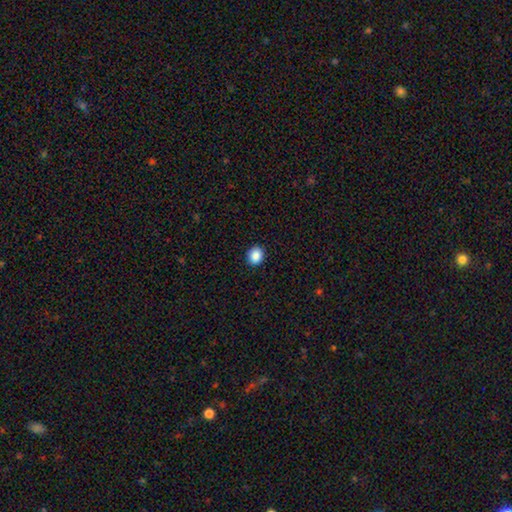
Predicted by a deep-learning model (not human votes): Smooth or featured? smooth (88%)
How rounded? round (75%)
Merging? none (92%)